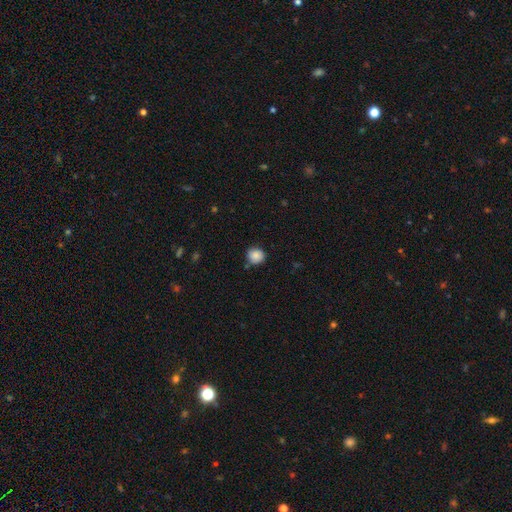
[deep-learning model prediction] This is clearly a smooth galaxy (86%). How rounded: clearly round (88%). Merging: likely none (78%).